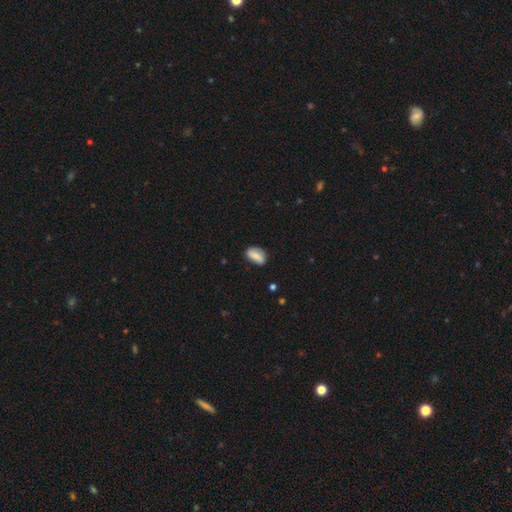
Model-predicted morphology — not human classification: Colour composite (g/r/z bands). It shows a smooth galaxy with no disk features (73%) that is in between round and cigar-shaped (87%). Merging: none (74%).